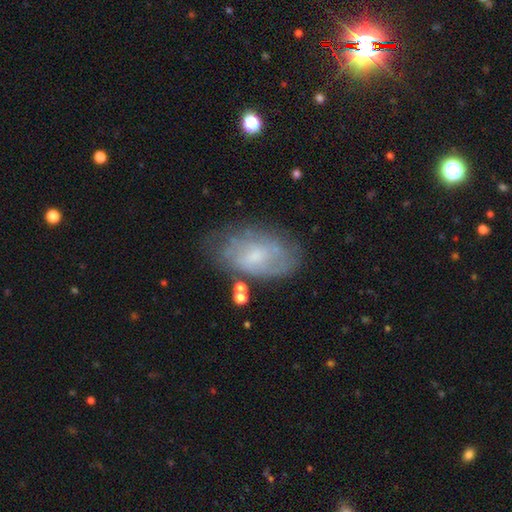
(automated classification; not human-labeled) This is possibly a featured or disk galaxy (52%). It is clearly not viewed edge-on (94%). Merging: likely none (62%).